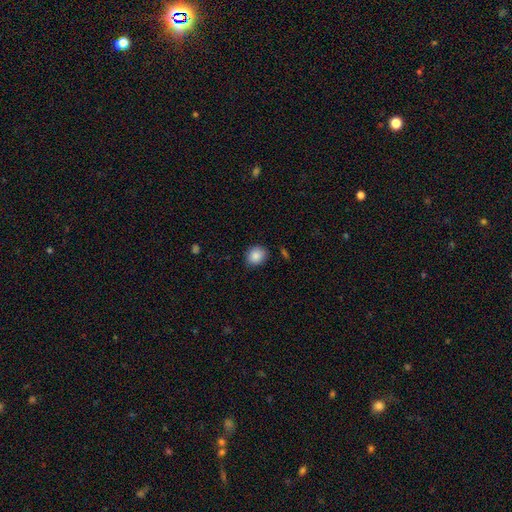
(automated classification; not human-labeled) Smooth or featured? smooth (87%)
How rounded? round (71%)
Merging? none (85%)